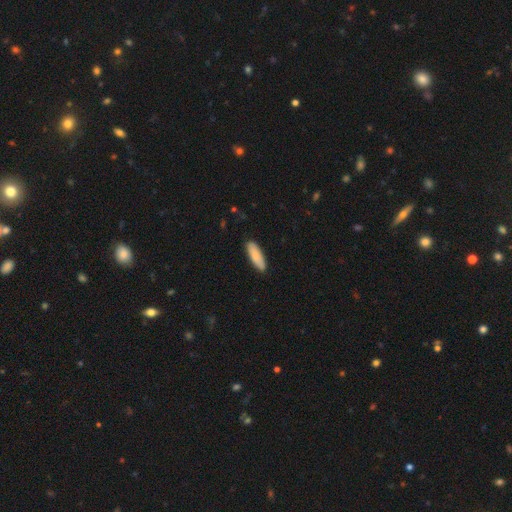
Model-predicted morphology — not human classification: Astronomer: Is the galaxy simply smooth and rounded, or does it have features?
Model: smooth — 85%.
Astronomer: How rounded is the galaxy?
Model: in between — 50% (runner-up: cigar-shaped, 49%).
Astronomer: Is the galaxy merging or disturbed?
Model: none — 89%.